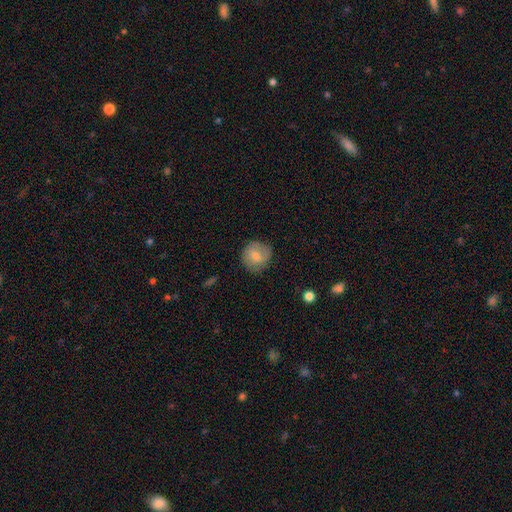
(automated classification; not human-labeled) The model was most divided on "smooth or featured": smooth: 74%, featured or disk: 19%, star or artifact: 7%. More confident: how rounded — round (88%); merging — none (80%).